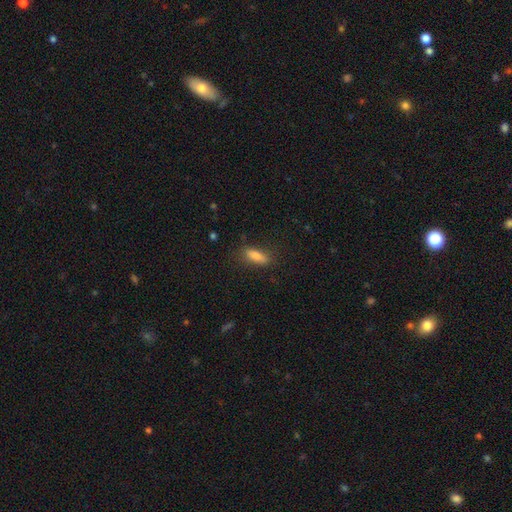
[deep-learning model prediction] Q: Smooth or featured?
A: smooth (81%); runner-up: featured or disk (10%)
Q: How rounded?
A: in between (58%); runner-up: cigar-shaped (39%)
Q: Merging?
A: none (79%); runner-up: minor disturbance (14%)